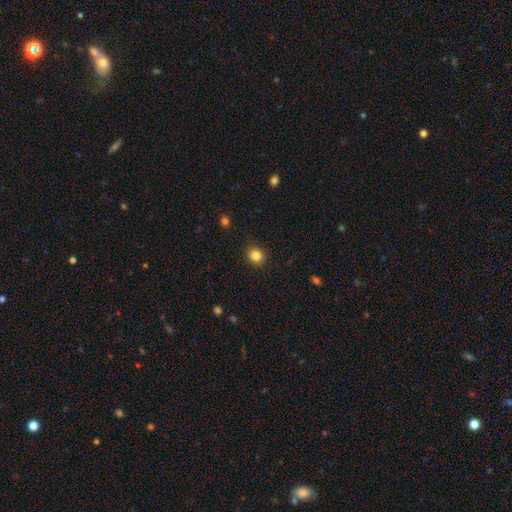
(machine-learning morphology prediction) Smooth or featured? Predicted: smooth (p=0.84). How rounded? Predicted: round (p=0.85). Merging? Predicted: none (p=0.91).